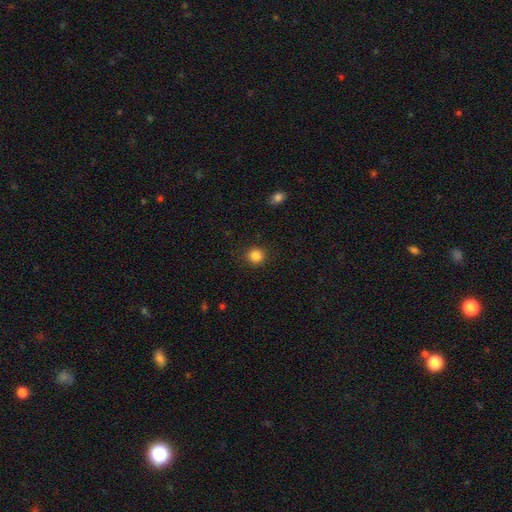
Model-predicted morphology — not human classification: A smooth galaxy with no disk features (85%) that is round (91%).

Vote fractions:
- Smooth or featured? smooth: 85% / star or artifact: 11% / featured or disk: 4%
- How rounded? round: 91% / in between: 8% / cigar-shaped: 1%
- Merging? none: 91% / minor disturbance: 6% / major disturbance: 2% / merger: 1%